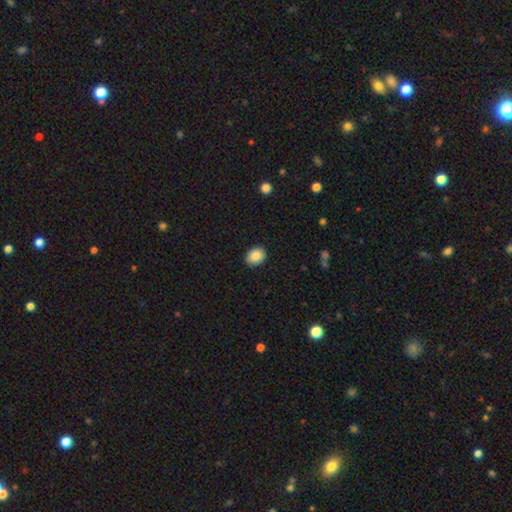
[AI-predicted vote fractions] smooth-or-featured: smooth: 87% | star or artifact: 8% | featured or disk: 6%
  how-rounded: in between: 58% | round: 41% | cigar-shaped: 1%
  merging: none: 89% | minor disturbance: 9% | major disturbance: 2% | merger: 1%